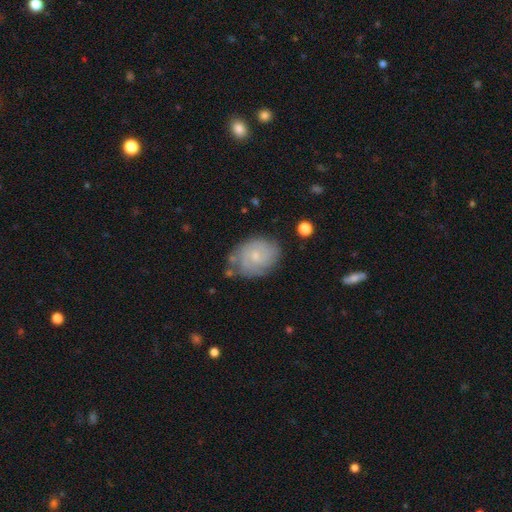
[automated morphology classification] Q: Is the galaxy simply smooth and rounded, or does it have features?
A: featured or disk — 60%.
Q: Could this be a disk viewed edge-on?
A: no — 97%.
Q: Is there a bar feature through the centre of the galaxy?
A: no — 73%.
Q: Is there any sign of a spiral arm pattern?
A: yes — 83%.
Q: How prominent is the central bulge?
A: small — 73%.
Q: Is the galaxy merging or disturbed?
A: none — 69%.